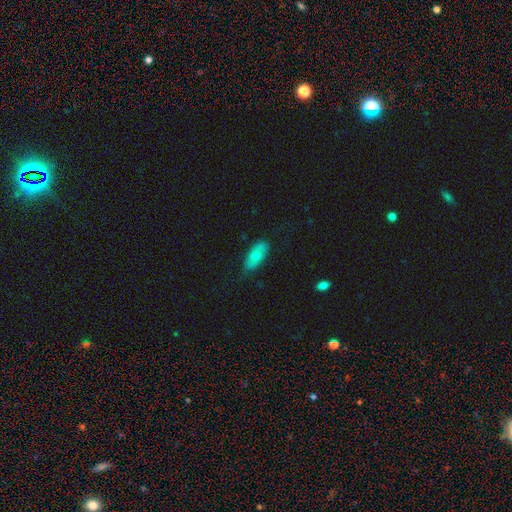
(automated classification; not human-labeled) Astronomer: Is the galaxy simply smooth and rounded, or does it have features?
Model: smooth — 65%.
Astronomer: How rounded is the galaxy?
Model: in between — 84%.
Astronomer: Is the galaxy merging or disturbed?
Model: none — 70%.